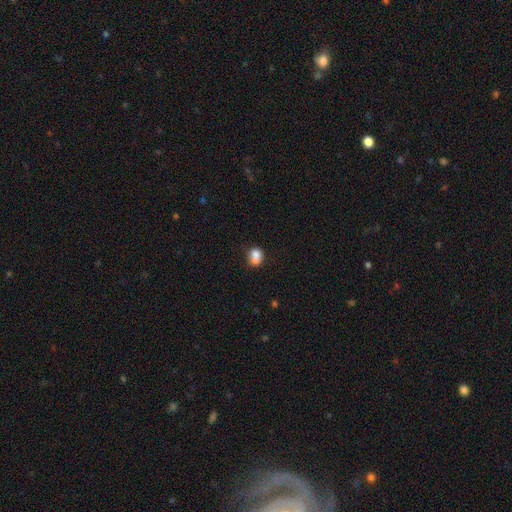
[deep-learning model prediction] smooth-or-featured: smooth: 78% | featured or disk: 12% | star or artifact: 10%
  how-rounded: in between: 62% | round: 36% | cigar-shaped: 2%
  merging: none: 38% | merger: 34% | minor disturbance: 20% | major disturbance: 8%